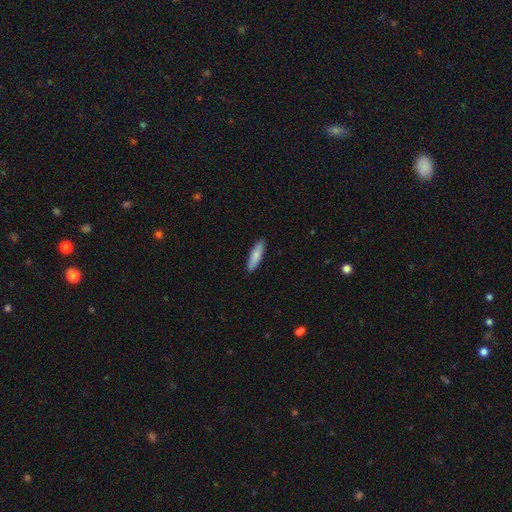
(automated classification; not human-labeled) A smooth galaxy with no disk features (81%) that is cigar-shaped (68%).

Vote fractions:
- Smooth or featured? smooth: 81% / featured or disk: 14% / star or artifact: 5%
- How rounded? cigar-shaped: 68% / in between: 31% / round: 2%
- Merging? none: 90% / minor disturbance: 8% / major disturbance: 1% / merger: 1%